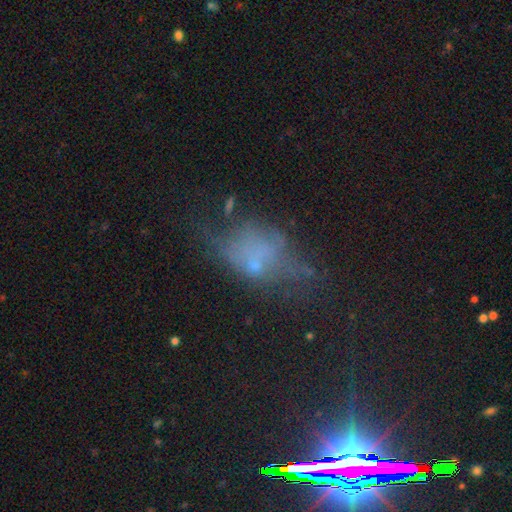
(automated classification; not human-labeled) Smooth or featured: smooth — 39% (featured or disk — 35%)
Merging: none — 34% (major disturbance — 33%)